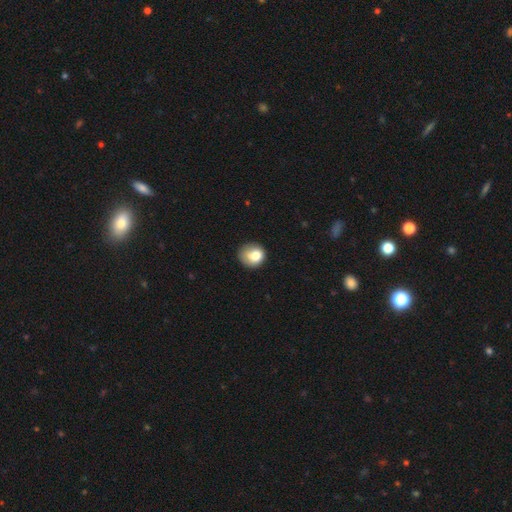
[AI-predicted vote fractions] The model was most divided on "merging": none: 54%, minor disturbance: 30%, major disturbance: 12%, merger: 5%. More confident: smooth or featured — smooth (76%); how rounded — round (75%).